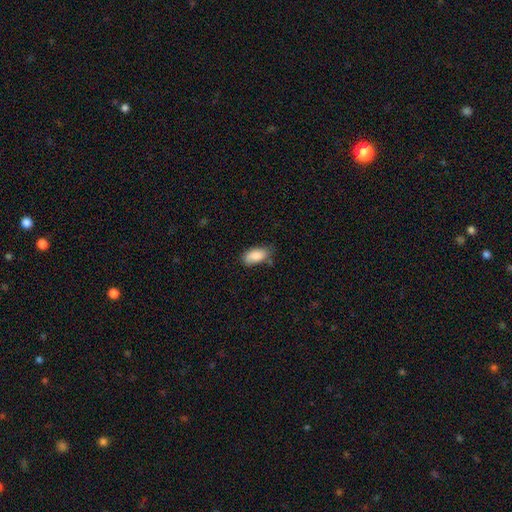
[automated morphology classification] This appears to be a smooth galaxy with no disk features (85%) that is in between round and cigar-shaped (92%). Merging: none (68%).